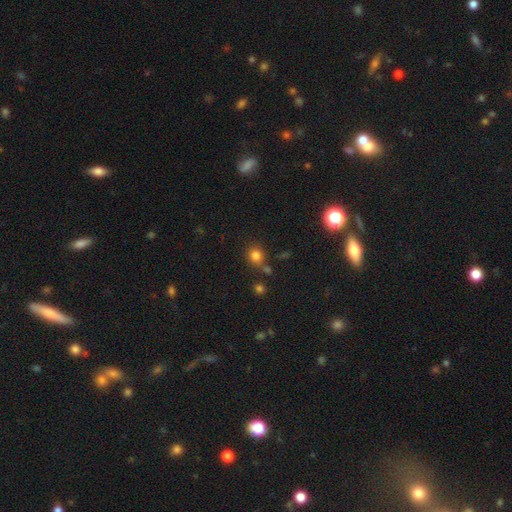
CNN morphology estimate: Smooth or featured? smooth (80%)
How rounded? round (83%)
Merging? none (71%)